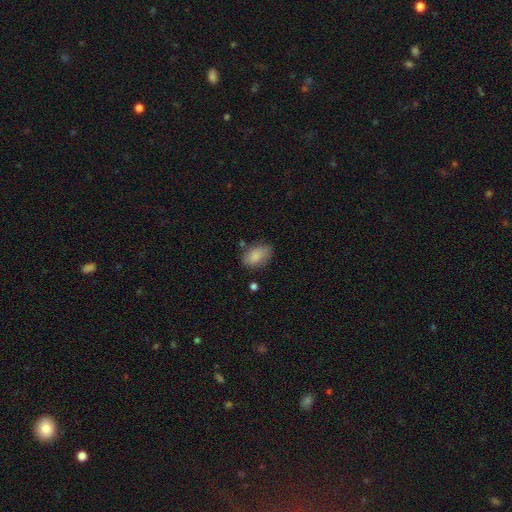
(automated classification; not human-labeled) The model was most divided on "merging": none: 71%, minor disturbance: 21%, major disturbance: 5%, merger: 3%. More confident: how rounded — in between (88%); smooth or featured — smooth (85%).